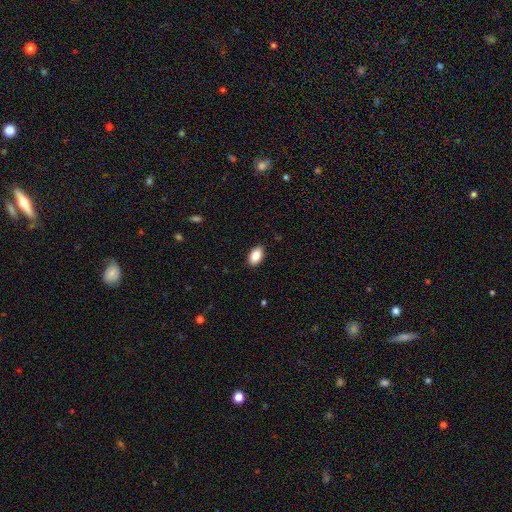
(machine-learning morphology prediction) Smooth or featured? smooth (87%)
How rounded? in between (93%)
Merging? none (90%)